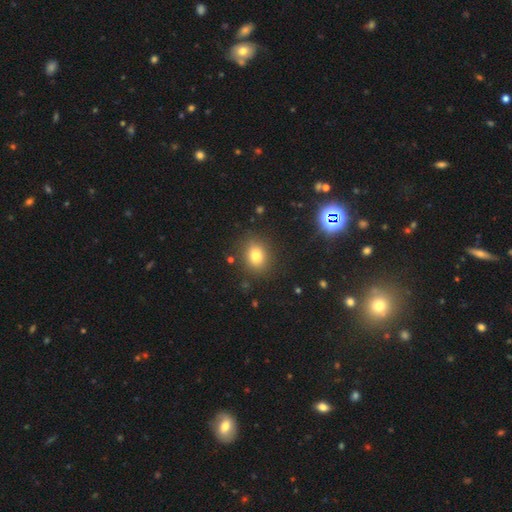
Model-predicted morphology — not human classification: smooth 77%, star or artifact 14%, featured or disk 9%. Down the decision tree: how rounded — round (57%); merging — none (86%).